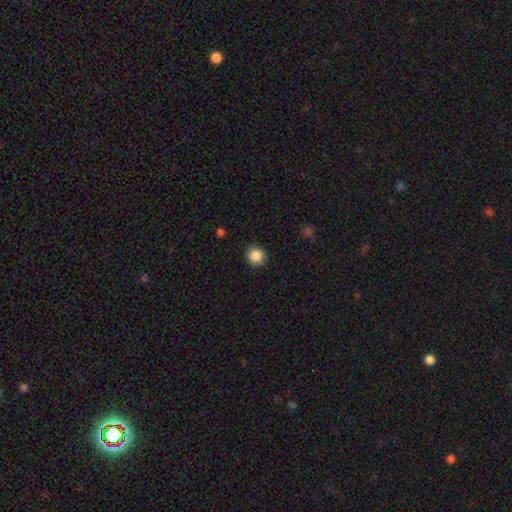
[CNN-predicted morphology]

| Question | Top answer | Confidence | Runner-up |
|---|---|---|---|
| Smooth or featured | smooth | 87% | star or artifact (10%) |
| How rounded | round | 93% | in between (6%) |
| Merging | none | 90% | minor disturbance (7%) |